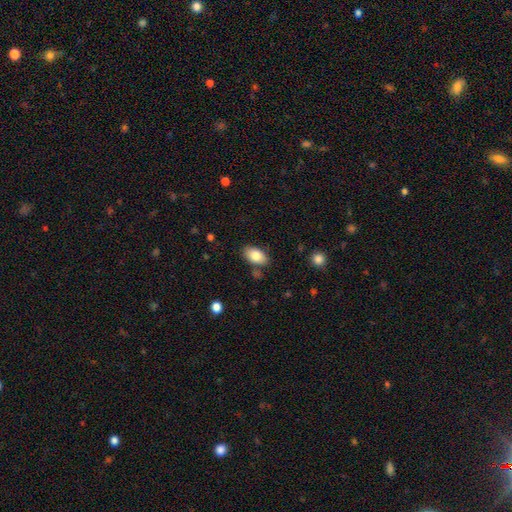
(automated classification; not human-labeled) Q: Smooth or featured?
A: smooth (82%); runner-up: featured or disk (11%)
Q: How rounded?
A: in between (93%); runner-up: round (5%)
Q: Merging?
A: none (81%); runner-up: minor disturbance (12%)